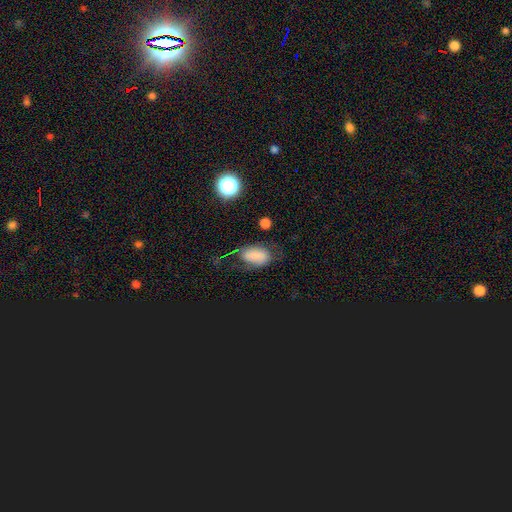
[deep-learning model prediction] smooth_or_featured: smooth (p=0.66) [alt: featured or disk p=0.21]
how_rounded: in between (p=0.90) [alt: round p=0.09]
merging: none (p=0.47) [alt: minor disturbance p=0.26]